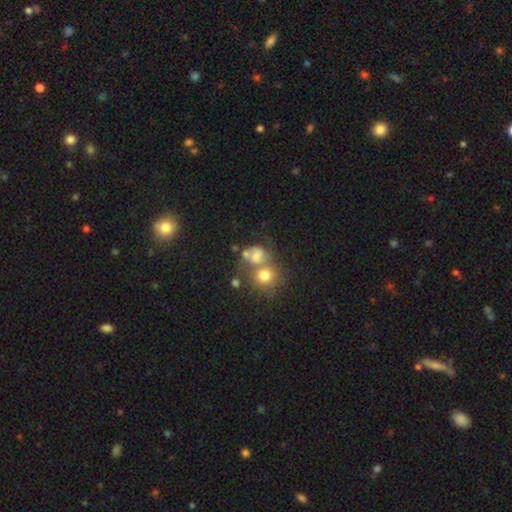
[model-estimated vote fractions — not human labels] This appears to be a smooth galaxy with no disk features (58%) that is round (59%). Merging: merger (50%).